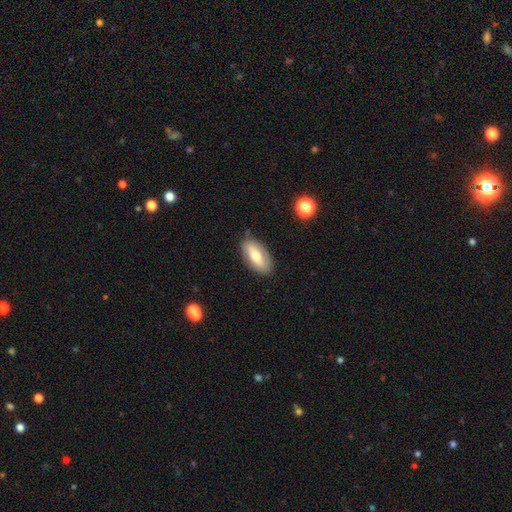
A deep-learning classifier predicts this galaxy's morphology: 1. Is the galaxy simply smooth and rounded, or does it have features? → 62% smooth, 31% featured or disk, 7% star or artifact.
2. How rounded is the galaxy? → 89% in between, 8% cigar-shaped, 3% round.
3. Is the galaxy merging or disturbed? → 81% none, 15% minor disturbance, 3% major disturbance, 2% merger.